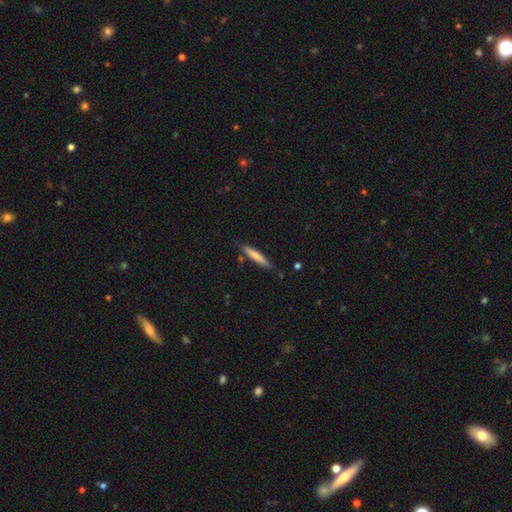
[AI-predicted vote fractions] smooth-or-featured: smooth: 65% | featured or disk: 29% | star or artifact: 6%
  how-rounded: cigar-shaped: 92% | in between: 7% | round: 1%
  merging: none: 79% | minor disturbance: 15% | merger: 3% | major disturbance: 2%